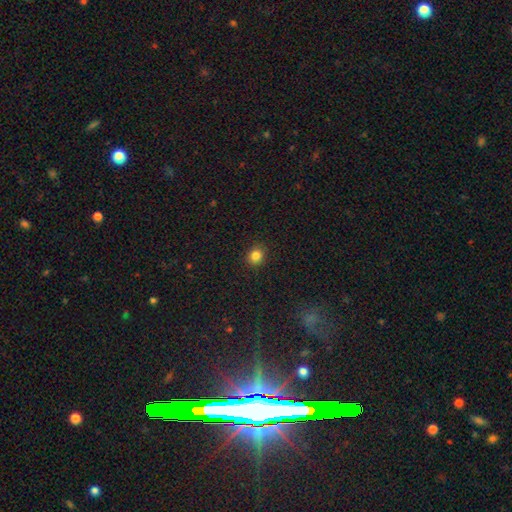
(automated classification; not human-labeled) Smooth or featured? Predicted: smooth (p=0.83). How rounded? Predicted: round (p=0.73). Merging? Predicted: none (p=0.90).